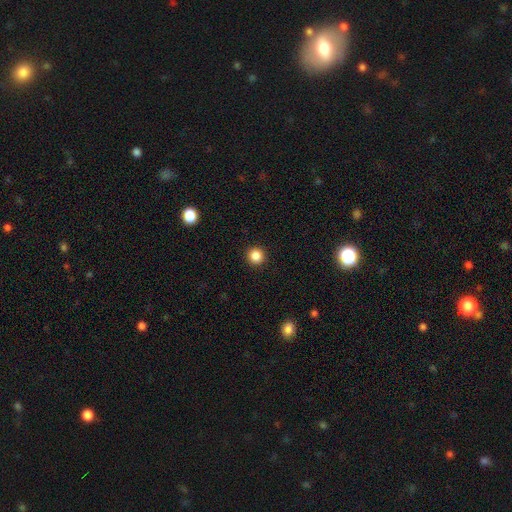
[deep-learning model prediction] smooth-or-featured: smooth: 85% | star or artifact: 11% | featured or disk: 4%
  how-rounded: round: 95% | in between: 4% | cigar-shaped: 1%
  merging: none: 93% | minor disturbance: 4% | major disturbance: 2% | merger: 1%